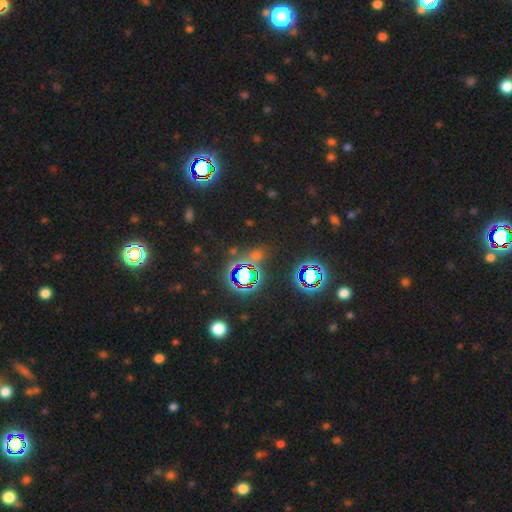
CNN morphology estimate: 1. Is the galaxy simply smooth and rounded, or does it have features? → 67% star or artifact, 24% smooth, 9% featured or disk.